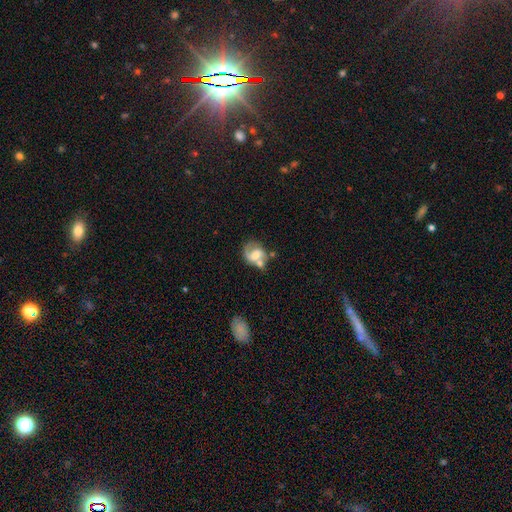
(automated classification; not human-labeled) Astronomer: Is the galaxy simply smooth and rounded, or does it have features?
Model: featured or disk — 53% (runner-up: smooth, 39%).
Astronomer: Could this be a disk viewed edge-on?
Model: no — 97%.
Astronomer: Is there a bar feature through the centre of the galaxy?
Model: no — 46% (runner-up: weak, 40%).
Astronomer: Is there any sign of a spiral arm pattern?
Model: yes — 73%.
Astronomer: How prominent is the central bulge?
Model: moderate — 46% (runner-up: small, 22%).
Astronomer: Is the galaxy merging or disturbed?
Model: none — 35% (runner-up: merger, 30%).